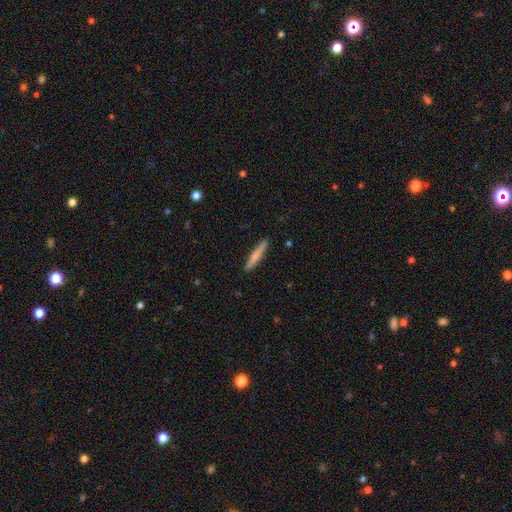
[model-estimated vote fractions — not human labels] smooth_or_featured: smooth (p=0.70) [alt: featured or disk p=0.25]
how_rounded: cigar-shaped (p=0.94) [alt: in between p=0.05]
merging: none (p=0.89) [alt: minor disturbance p=0.08]